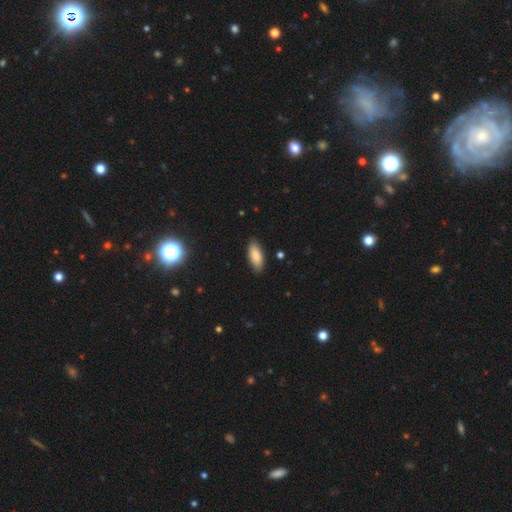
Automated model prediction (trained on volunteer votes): The model was most divided on "how rounded": in between: 83%, cigar-shaped: 15%, round: 2%. More confident: merging — none (87%); smooth or featured — smooth (86%).